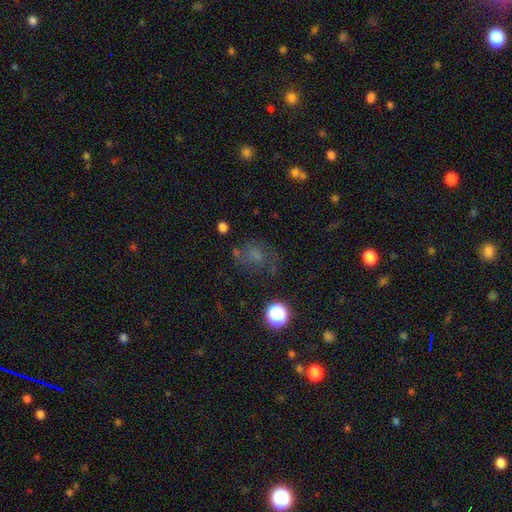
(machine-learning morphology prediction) Smooth or featured? smooth (48%)
Merging? none (57%)